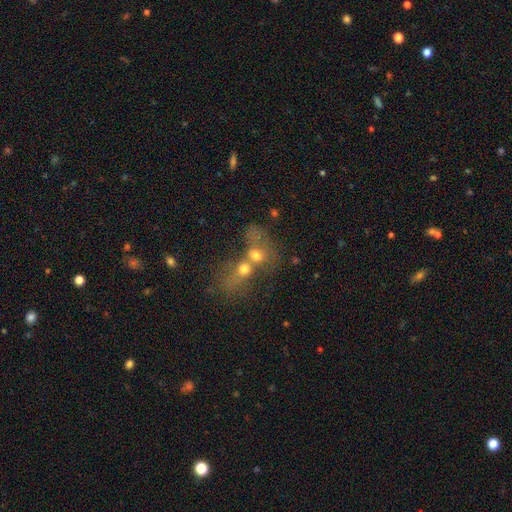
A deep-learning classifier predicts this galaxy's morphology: A smooth galaxy with no disk features (56%) that is round (50%). Merging: merger (79%).